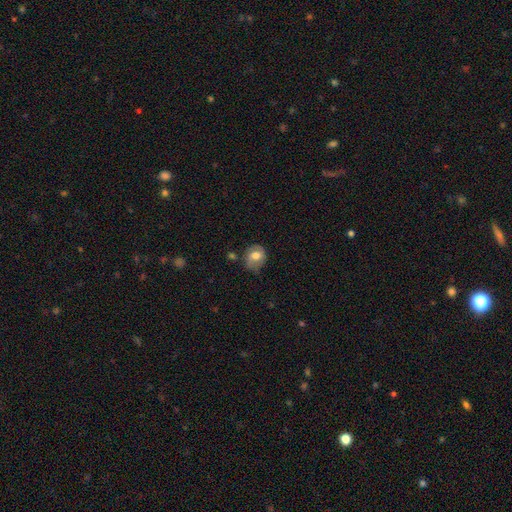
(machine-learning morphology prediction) Q: Smooth or featured?
A: smooth (67%); runner-up: featured or disk (25%)
Q: How rounded?
A: round (60%); runner-up: in between (39%)
Q: Merging?
A: none (61%); runner-up: minor disturbance (28%)